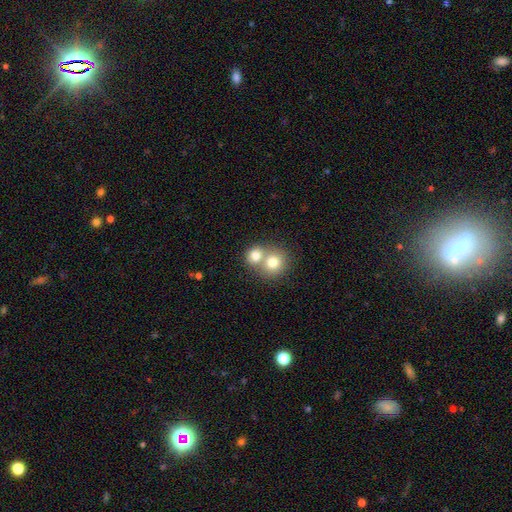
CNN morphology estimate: smooth_or_featured: smooth (p=0.77) [alt: featured or disk p=0.13]
how_rounded: round (p=0.80) [alt: in between p=0.19]
merging: merger (p=0.57) [alt: none p=0.35]